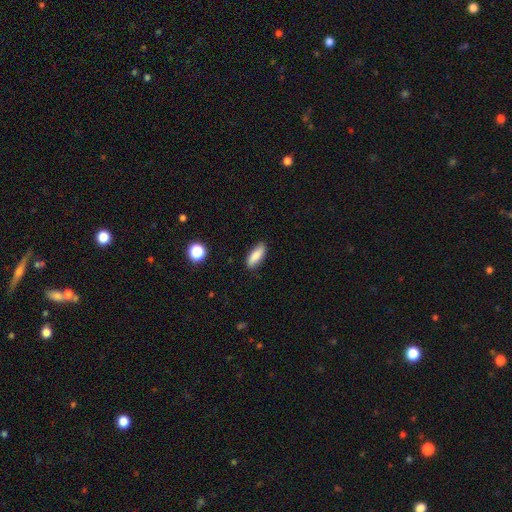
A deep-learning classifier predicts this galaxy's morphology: This appears to be a smooth galaxy with no disk features (82%) that is in between round and cigar-shaped (69%). Merging: none (85%).